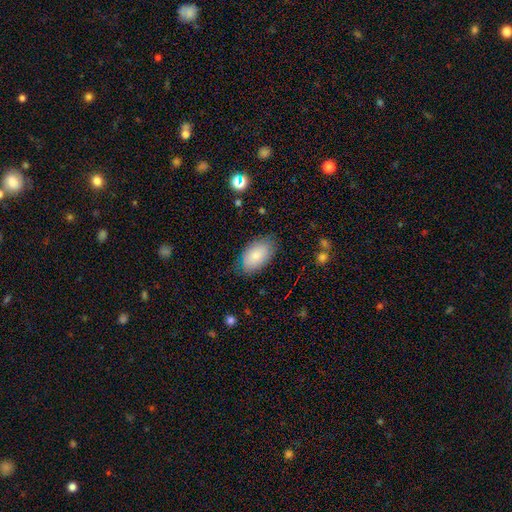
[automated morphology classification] smooth-or-featured: smooth: 82% | featured or disk: 11% | star or artifact: 7%
  how-rounded: in between: 94% | round: 4% | cigar-shaped: 2%
  merging: none: 77% | minor disturbance: 18% | major disturbance: 4% | merger: 1%